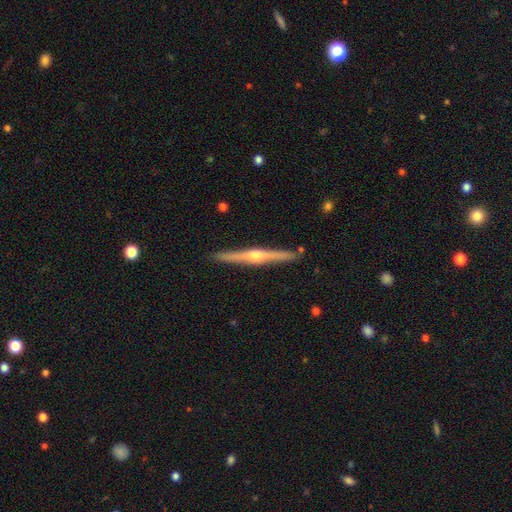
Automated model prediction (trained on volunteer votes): This is clearly a featured or disk galaxy (81%). It is clearly viewed edge-on (98%). Edge-on bulge: clearly rounded (90%). Merging: clearly none (92%).